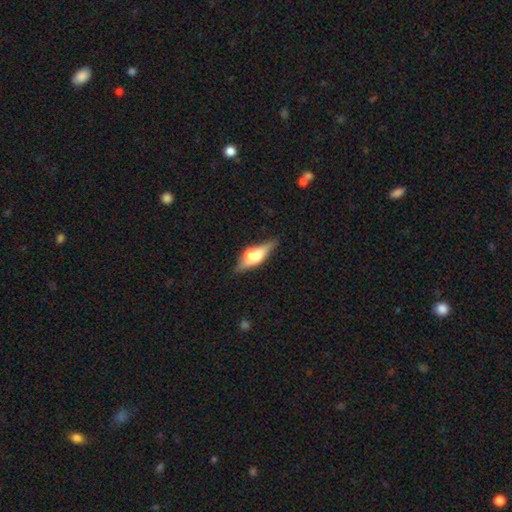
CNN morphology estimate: Q: Smooth or featured?
A: featured or disk (56%); runner-up: smooth (36%)
Q: Edge-on disk?
A: yes (89%); runner-up: no (11%)
Q: Edge-on bulge?
A: rounded (88%); runner-up: boxy (9%)
Q: Merging?
A: none (68%); runner-up: minor disturbance (19%)